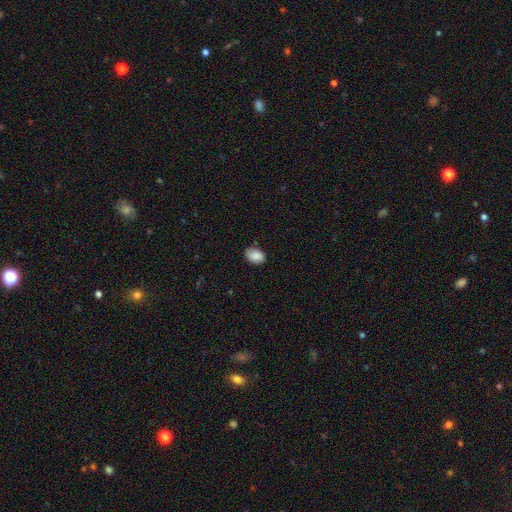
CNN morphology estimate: type=smooth (86%); roundness=in between (85%); merging=none (75%).